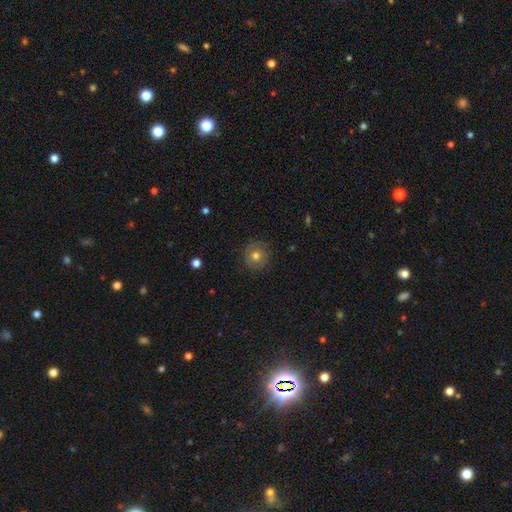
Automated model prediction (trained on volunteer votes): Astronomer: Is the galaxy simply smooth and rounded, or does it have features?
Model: smooth — 61%.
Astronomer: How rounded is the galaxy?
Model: round — 92%.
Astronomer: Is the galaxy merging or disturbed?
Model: none — 85%.